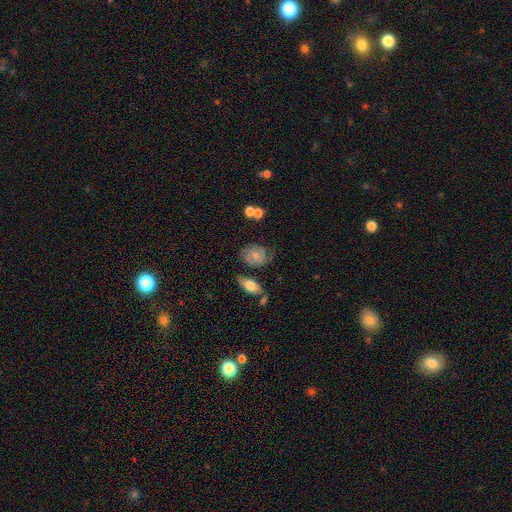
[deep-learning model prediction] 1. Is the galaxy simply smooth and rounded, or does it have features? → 53% featured or disk, 38% smooth, 9% star or artifact.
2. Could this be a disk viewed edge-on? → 96% no, 4% yes.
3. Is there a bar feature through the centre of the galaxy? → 64% no, 31% weak, 5% strong.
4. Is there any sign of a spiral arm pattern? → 87% yes, 13% no.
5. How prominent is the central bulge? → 44% small, 31% moderate, 18% none, 5% large, 2% dominant.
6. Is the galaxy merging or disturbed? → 61% none, 23% minor disturbance, 10% major disturbance, 6% merger.